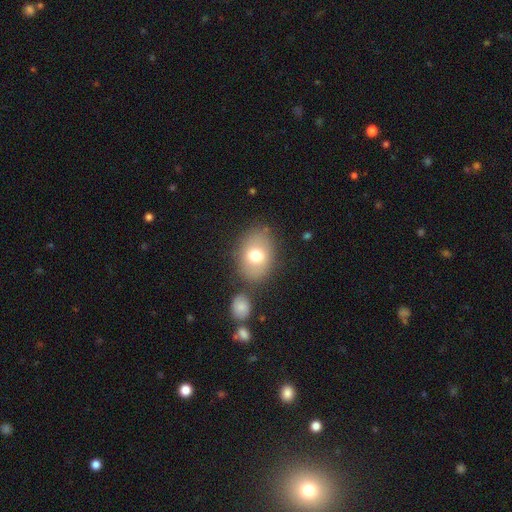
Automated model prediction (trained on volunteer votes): This appears to be a smooth galaxy with no disk features (71%) that is in between round and cigar-shaped (65%). Merging: none (71%).